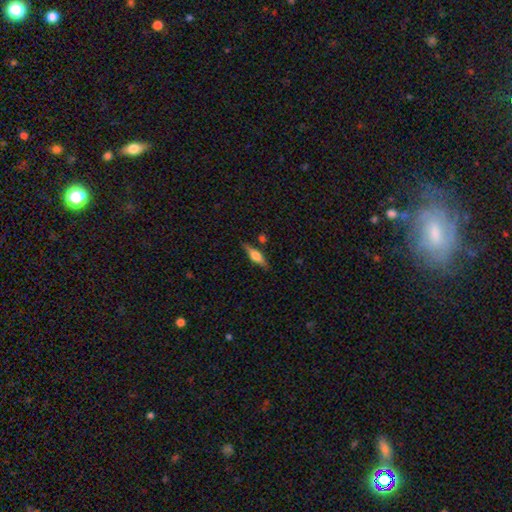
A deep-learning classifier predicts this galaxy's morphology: A featured or disk galaxy (52%) viewed edge-on (94%).

Vote fractions:
- Smooth or featured? featured or disk: 52% / smooth: 40% / star or artifact: 7%
- Edge-on disk? yes: 94% / no: 6%
- Merging? none: 81% / minor disturbance: 12% / merger: 3% / major disturbance: 3%